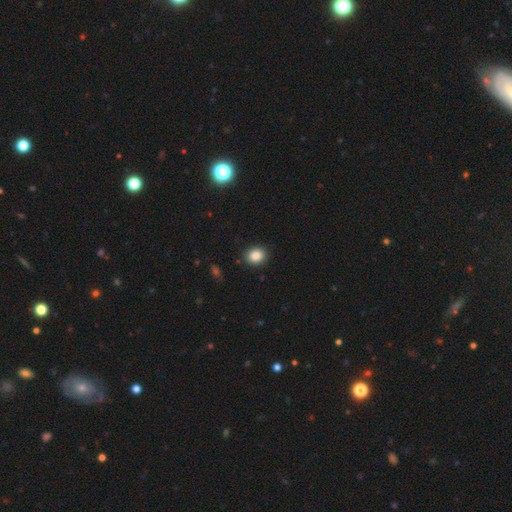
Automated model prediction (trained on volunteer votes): Overall: smooth (87%). How rounded: round (61%; in between 38%). Merging: none (88%).